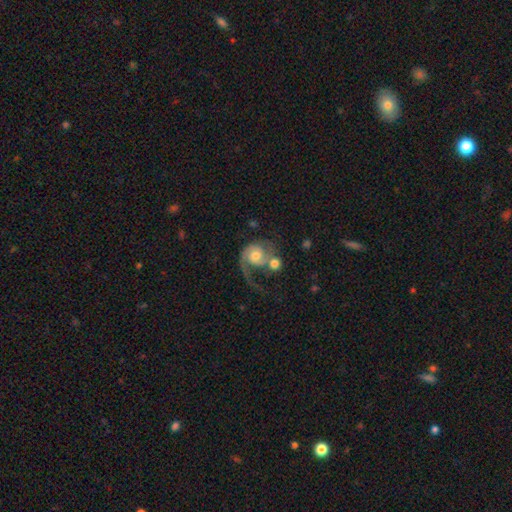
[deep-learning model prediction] Q: Smooth or featured?
A: featured or disk (75%); runner-up: smooth (20%)
Q: Edge-on disk?
A: no (98%); runner-up: yes (2%)
Q: Bar?
A: no (73%); runner-up: weak (23%)
Q: Spiral arms?
A: yes (91%); runner-up: no (9%)
Q: Spiral winding?
A: loose (45%); runner-up: medium (35%)
Q: Spiral arm count?
A: 1 (57%); runner-up: 2 (35%)
Q: Bulge size?
A: moderate (58%); runner-up: small (28%)
Q: Merging?
A: merger (47%); runner-up: major disturbance (24%)